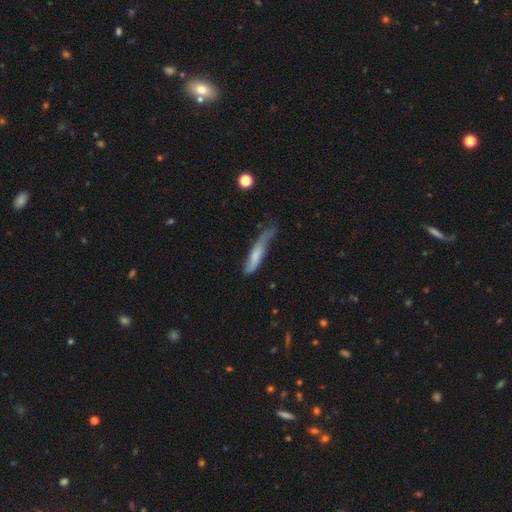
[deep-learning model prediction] The model was most divided on "merging": minor disturbance: 38%, none: 36%, major disturbance: 21%, merger: 5%. More confident: how rounded — cigar-shaped (82%); smooth or featured — smooth (62%).